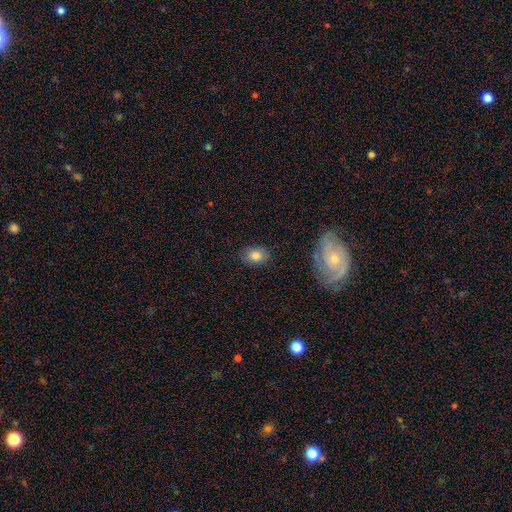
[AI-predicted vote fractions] Smooth or featured: smooth — 82% (star or artifact — 9%)
How rounded: in between — 72% (round — 26%)
Merging: none — 84% (minor disturbance — 12%)